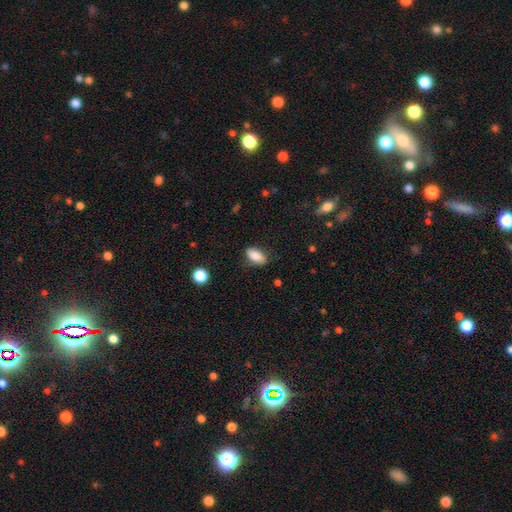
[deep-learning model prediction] smooth 83%, featured or disk 10%, star or artifact 7%. Down the decision tree: how rounded — in between (90%); merging — none (78%).